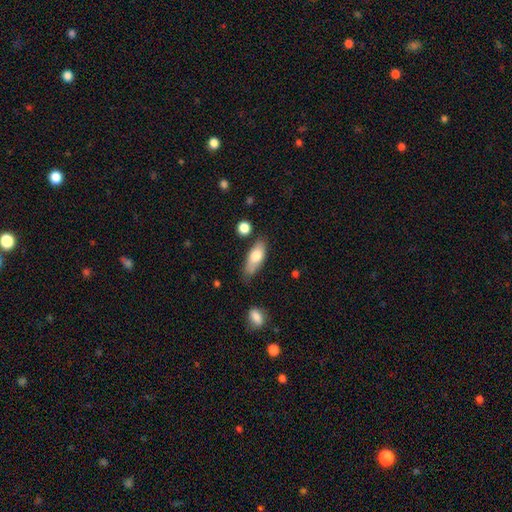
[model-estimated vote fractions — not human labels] This is likely a smooth galaxy (74%). How rounded: likely in between (72%). Merging: likely none (69%).